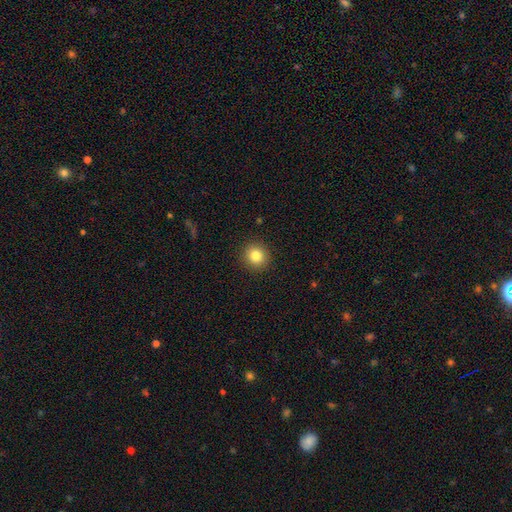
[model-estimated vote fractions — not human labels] smooth_or_featured: smooth (p=0.83) [alt: star or artifact p=0.11]
how_rounded: round (p=0.91) [alt: in between p=0.08]
merging: none (p=0.92) [alt: minor disturbance p=0.05]